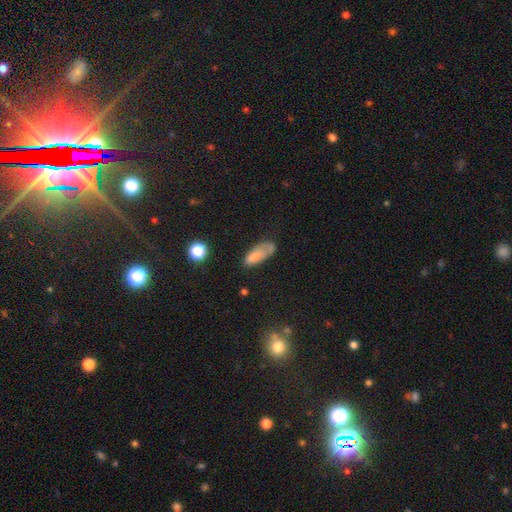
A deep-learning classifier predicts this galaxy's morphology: Smooth or featured? smooth (73%)
How rounded? in between (79%)
Merging? none (41%)